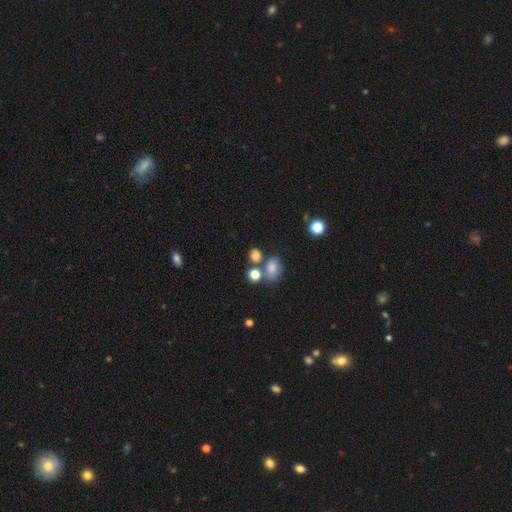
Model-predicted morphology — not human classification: type=smooth (77%); roundness=round (62%); merging=none (57%).